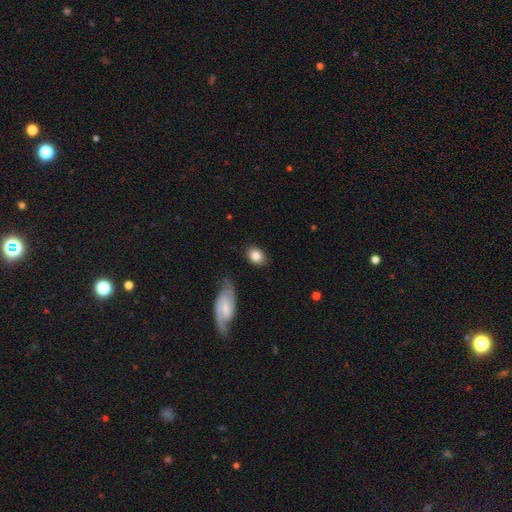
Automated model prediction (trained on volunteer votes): This is clearly a smooth galaxy (82%). How rounded: likely in between (61%). Merging: clearly none (82%).